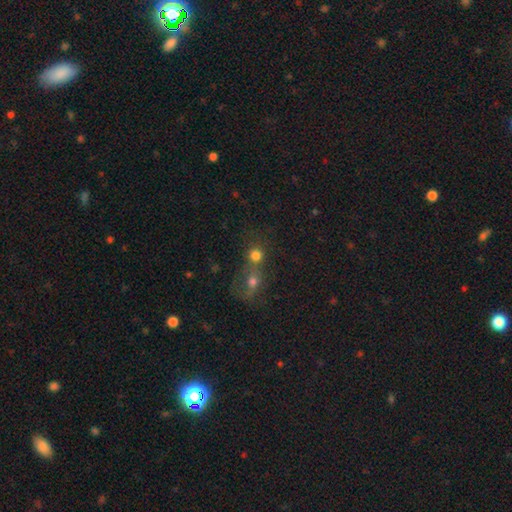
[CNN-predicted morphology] Smooth or featured?
  - smooth: 74% *
  - star or artifact: 16%
  - featured or disk: 11%
How rounded?
  - round: 85% *
  - in between: 14%
  - cigar-shaped: 1%
Merging?
  - merger: 53% *
  - none: 37%
  - minor disturbance: 6%
  - major disturbance: 5%